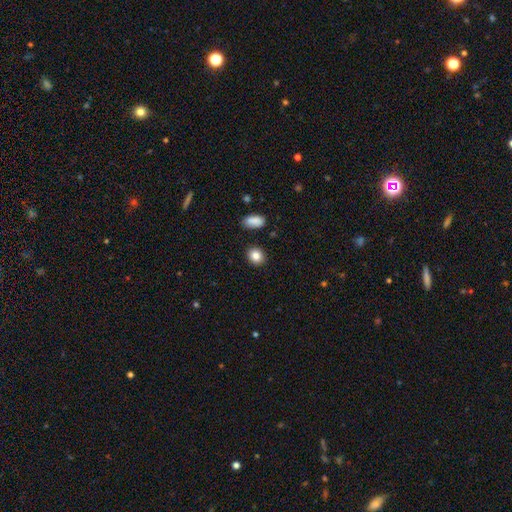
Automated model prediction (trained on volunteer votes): A smooth galaxy with no disk features (85%) that is round (69%). Merging: none (89%).